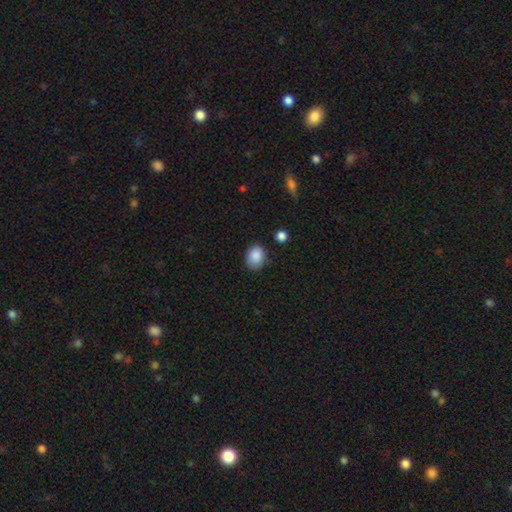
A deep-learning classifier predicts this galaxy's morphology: A smooth galaxy with no disk features (88%) that is in between round and cigar-shaped (67%). Merging: none (75%).